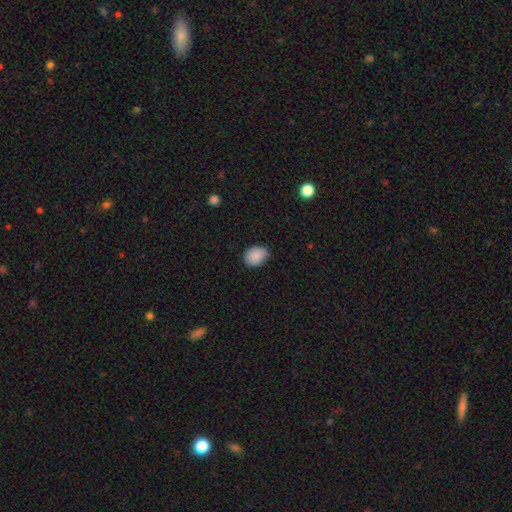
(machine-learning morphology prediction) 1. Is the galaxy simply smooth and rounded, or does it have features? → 89% smooth, 8% star or artifact, 3% featured or disk.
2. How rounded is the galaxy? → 67% in between, 32% round, 1% cigar-shaped.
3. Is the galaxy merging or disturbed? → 78% none, 18% minor disturbance, 3% major disturbance, 1% merger.